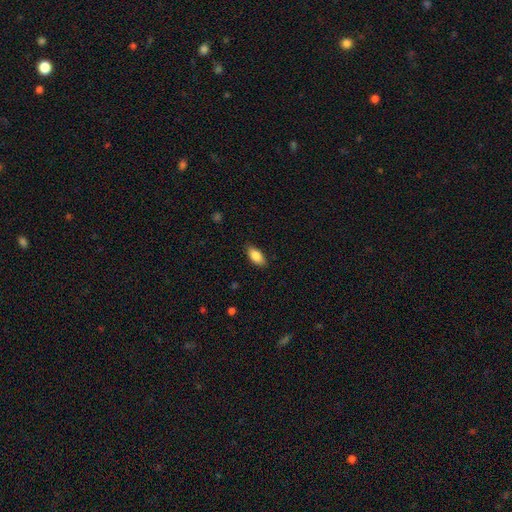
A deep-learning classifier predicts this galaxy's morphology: Q: Smooth or featured?
A: smooth (86%); runner-up: star or artifact (7%)
Q: How rounded?
A: in between (91%); runner-up: cigar-shaped (6%)
Q: Merging?
A: none (85%); runner-up: minor disturbance (12%)